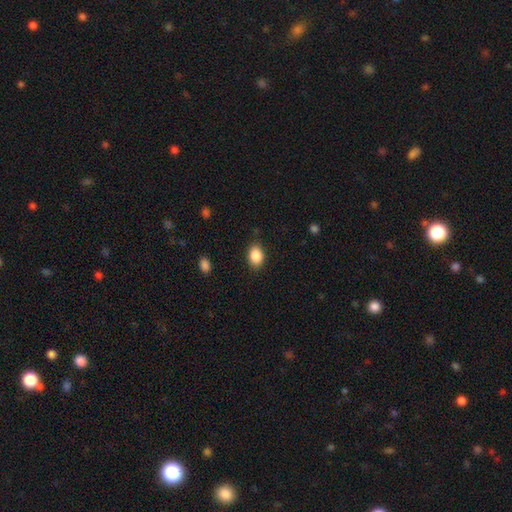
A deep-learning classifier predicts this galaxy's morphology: type=smooth (88%); roundness=in between (76%); merging=none (83%).